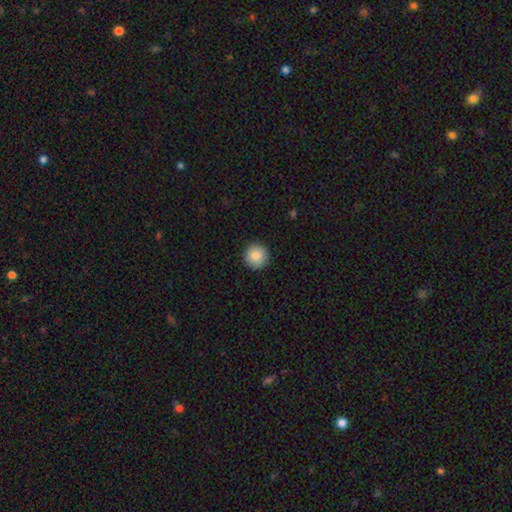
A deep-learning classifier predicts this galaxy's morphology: Smooth or featured: smooth — 86% (star or artifact — 8%)
How rounded: round — 96% (in between — 3%)
Merging: none — 91% (minor disturbance — 6%)